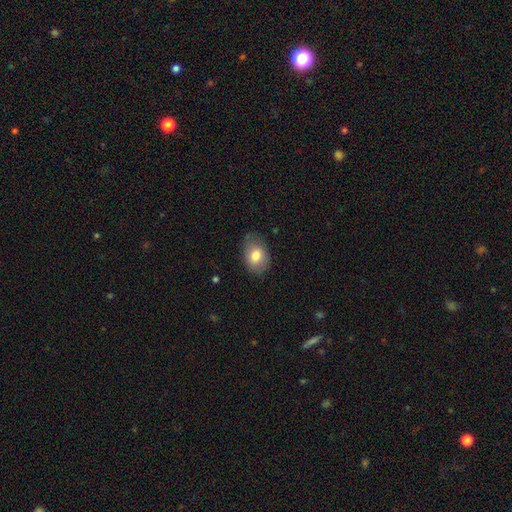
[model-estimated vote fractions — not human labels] Overall: smooth (78%). How rounded: in between (77%). Merging: none (73%).